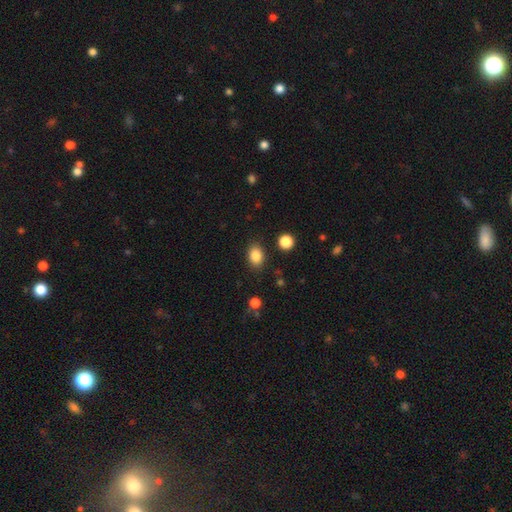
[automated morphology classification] This is clearly a smooth galaxy (86%). How rounded: likely in between (75%). Merging: clearly none (86%).